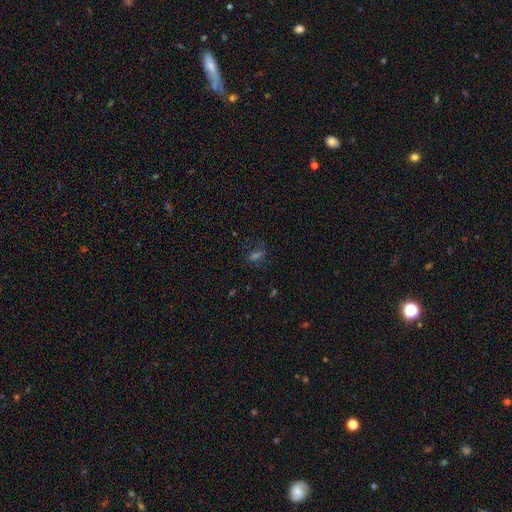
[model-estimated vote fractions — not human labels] This appears to be a smooth galaxy with no disk features (43%). Merging: none (67%).